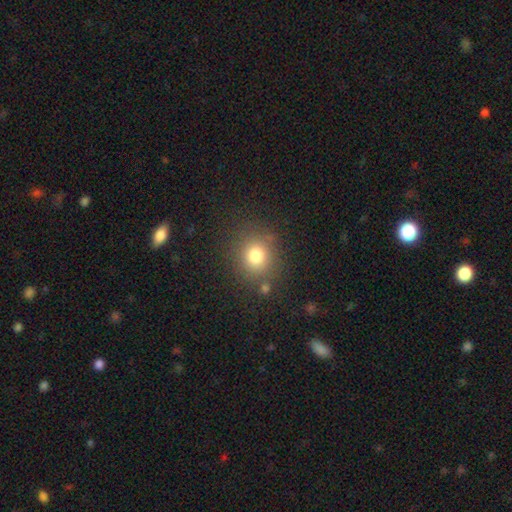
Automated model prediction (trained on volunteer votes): Overall: smooth (78%). How rounded: round (82%). Merging: none (81%).